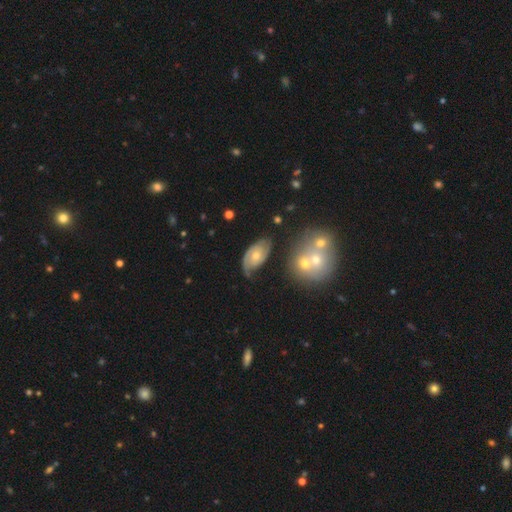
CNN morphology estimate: smooth_or_featured: featured or disk (p=0.67) [alt: smooth p=0.26]
disk_edge_on: no (p=0.94) [alt: yes p=0.06]
bar: no (p=0.79) [alt: weak p=0.18]
has_spiral_arms: yes (p=0.81) [alt: no p=0.19]
spiral_winding: tight (p=0.58) [alt: medium p=0.29]
spiral_arm_count: 2 (p=0.44) [alt: can't tell p=0.30]
bulge_size: moderate (p=0.60) [alt: small p=0.35]
merging: none (p=0.59) [alt: minor disturbance p=0.28]